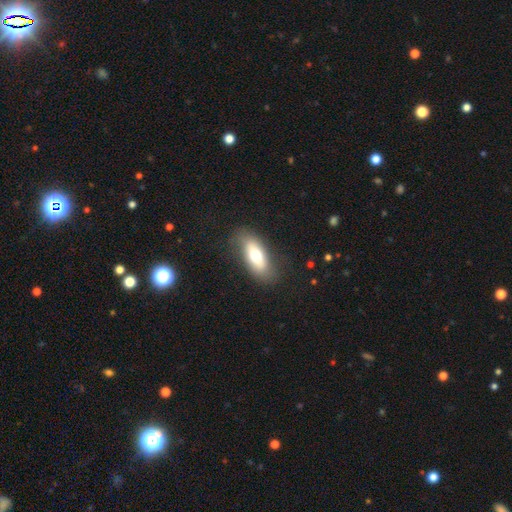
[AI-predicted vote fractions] Morphology: type=smooth (64%); roundness=in between (80%); merging=none (77%).